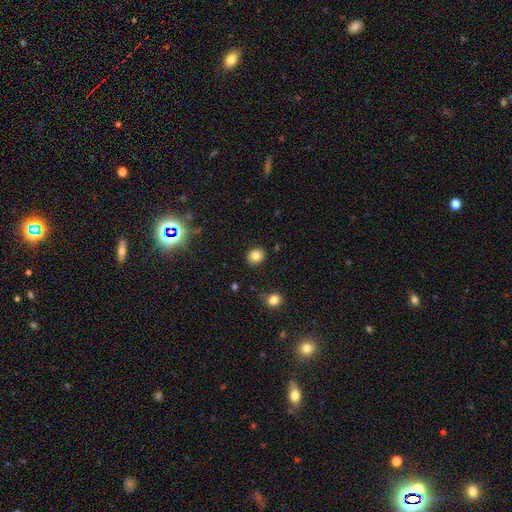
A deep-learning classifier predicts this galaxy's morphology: smooth 82%, star or artifact 11%, featured or disk 7%. Down the decision tree: how rounded — round (67%); merging — none (87%).